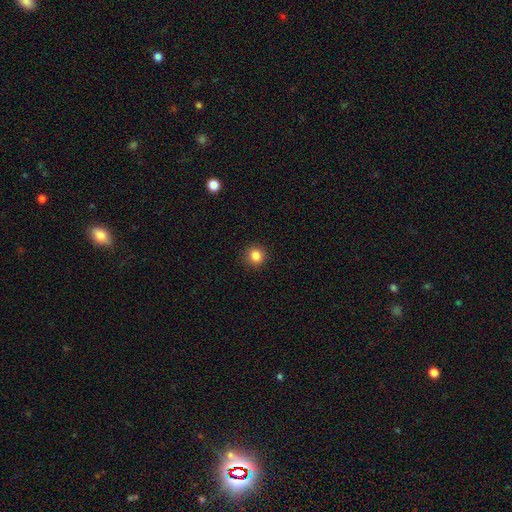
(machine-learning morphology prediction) Smooth or featured? Predicted: smooth (p=0.85). How rounded? Predicted: round (p=0.92). Merging? Predicted: none (p=0.91).